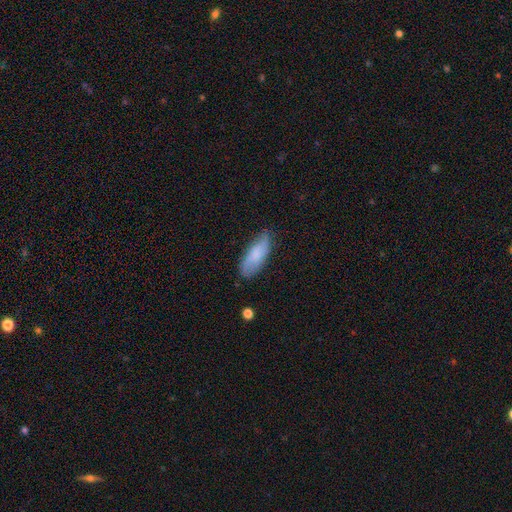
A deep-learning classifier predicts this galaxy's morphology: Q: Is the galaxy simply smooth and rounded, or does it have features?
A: smooth — 72%.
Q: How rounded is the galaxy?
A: in between — 73%.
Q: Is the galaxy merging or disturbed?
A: none — 70%.